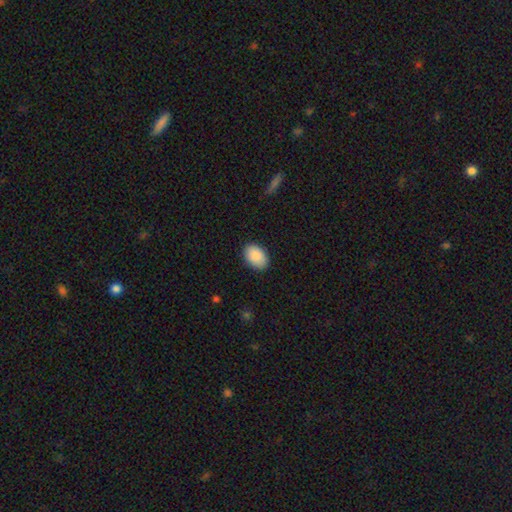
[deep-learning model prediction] Morphology: type=smooth (89%); roundness=in between (87%); merging=none (88%).